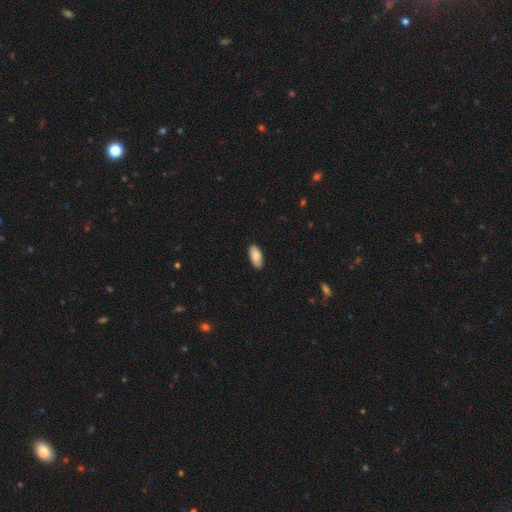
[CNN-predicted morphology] smooth_or_featured: smooth (p=0.83) [alt: featured or disk p=0.11]
how_rounded: in between (p=0.88) [alt: cigar-shaped p=0.10]
merging: none (p=0.87) [alt: minor disturbance p=0.10]